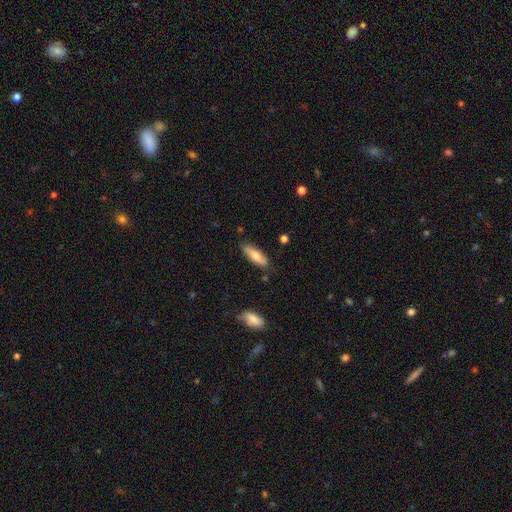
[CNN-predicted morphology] Smooth or featured? Predicted: smooth (p=0.72). How rounded? Predicted: in between (p=0.58). Merging? Predicted: none (p=0.82).